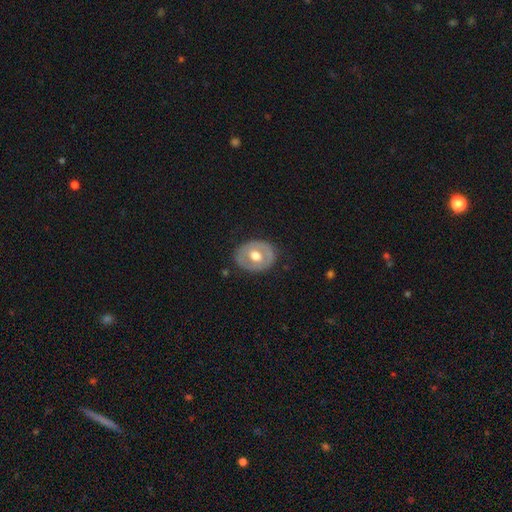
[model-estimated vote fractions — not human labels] featured or disk 48%, smooth 47%, star or artifact 5%. Down the decision tree: merging — none (81%).